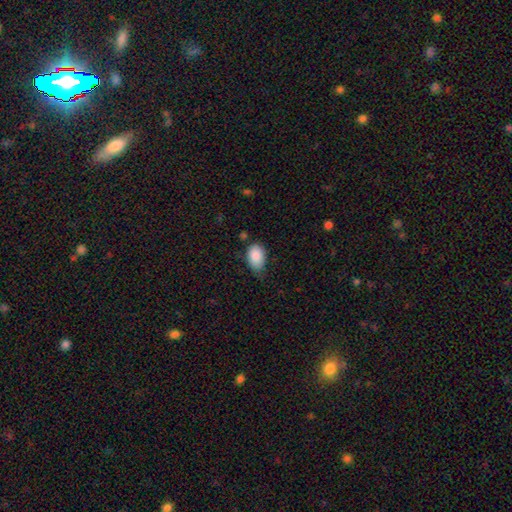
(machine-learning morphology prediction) Smooth or featured?
  - smooth: 87% *
  - star or artifact: 7%
  - featured or disk: 5%
How rounded?
  - in between: 88% *
  - round: 11%
  - cigar-shaped: 1%
Merging?
  - none: 57% *
  - minor disturbance: 35%
  - major disturbance: 6%
  - merger: 2%